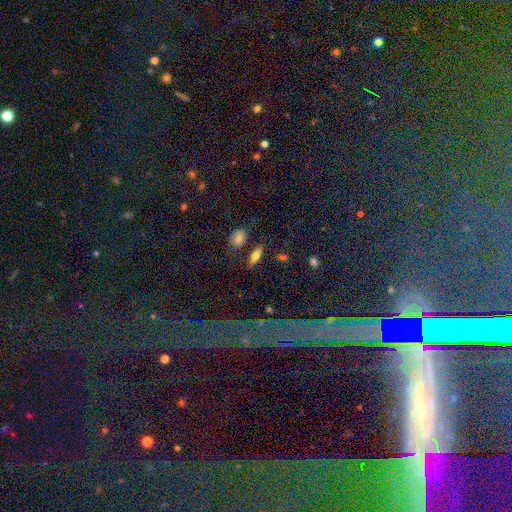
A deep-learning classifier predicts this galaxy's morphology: Smooth or featured? smooth (65%)
How rounded? in between (69%)
Merging? none (79%)